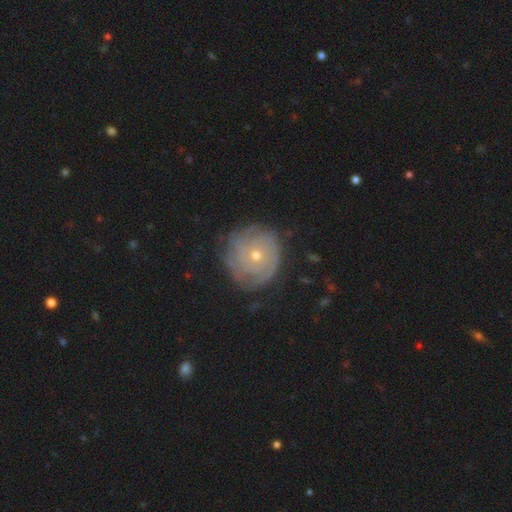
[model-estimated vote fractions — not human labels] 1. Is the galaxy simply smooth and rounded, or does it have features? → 69% featured or disk, 23% smooth, 8% star or artifact.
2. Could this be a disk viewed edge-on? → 97% no, 3% yes.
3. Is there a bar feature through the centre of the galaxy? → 87% no, 11% weak, 2% strong.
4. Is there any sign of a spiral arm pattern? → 82% yes, 18% no.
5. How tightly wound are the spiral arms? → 82% tight, 13% medium, 5% loose.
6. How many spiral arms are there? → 55% can't tell, 12% 2, 11% 3, 9% 4, 7% more than 4, 6% 1.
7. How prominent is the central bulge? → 62% small, 35% moderate, 1% large, 1% none, 1% dominant.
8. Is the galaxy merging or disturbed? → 74% none, 17% minor disturbance, 7% major disturbance, 1% merger.